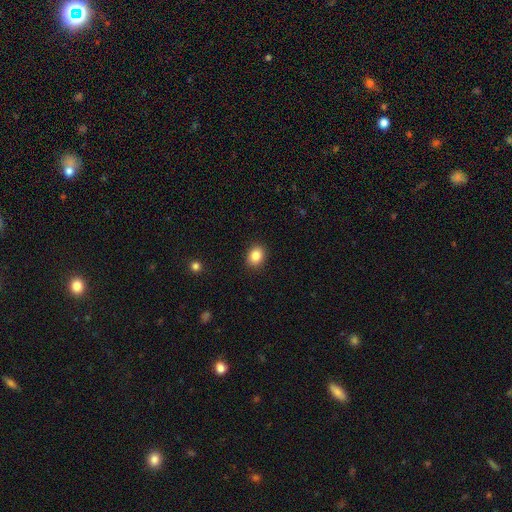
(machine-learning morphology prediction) Smooth or featured? Predicted: smooth (p=0.86). How rounded? Predicted: in between (p=0.50). Merging? Predicted: none (p=0.90).